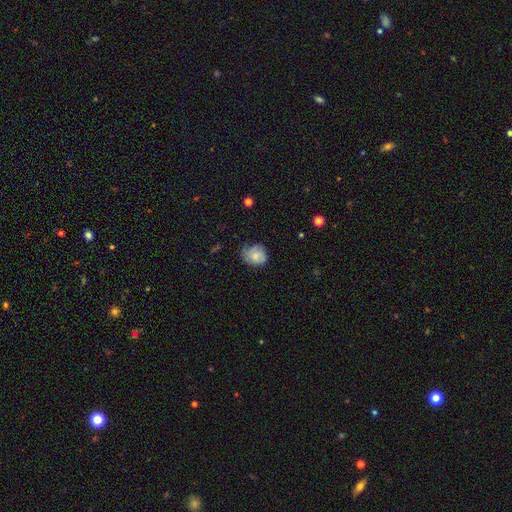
A smooth galaxy with no disk features (76%) that is round (62%).

Vote fractions:
- Smooth or featured? smooth: 76% / featured or disk: 18% / star or artifact: 5%
- How rounded? round: 62% / in between: 31% / cigar-shaped: 7%
- Merging? minor disturbance: 47% / none: 44% / major disturbance: 8% / merger: 0%